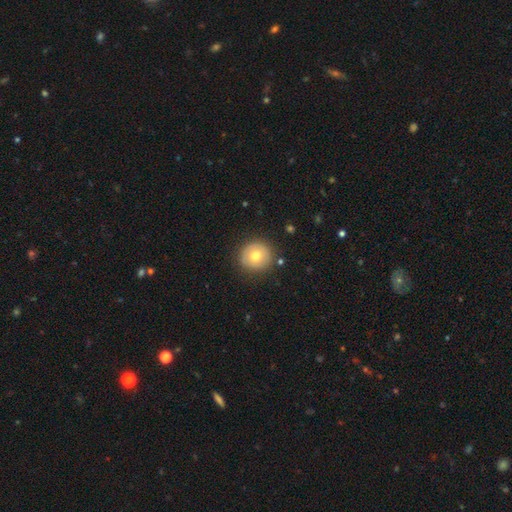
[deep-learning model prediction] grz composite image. It shows a smooth galaxy with no disk features (69%) that is round (93%). Merging: none (86%).